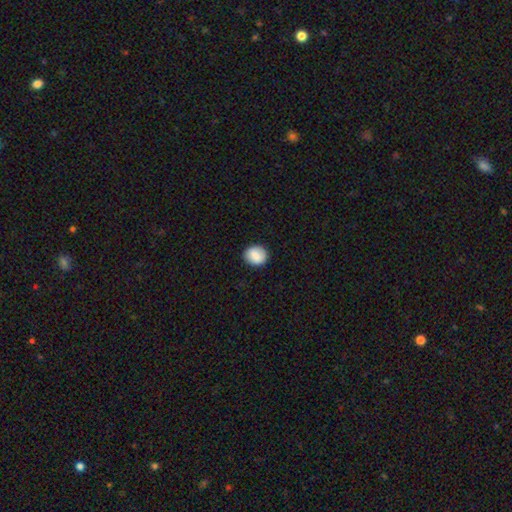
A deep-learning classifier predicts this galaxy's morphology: smooth-or-featured: smooth: 83% | featured or disk: 10% | star or artifact: 7%
  how-rounded: round: 75% | in between: 24% | cigar-shaped: 1%
  merging: none: 87% | minor disturbance: 10% | major disturbance: 2% | merger: 1%